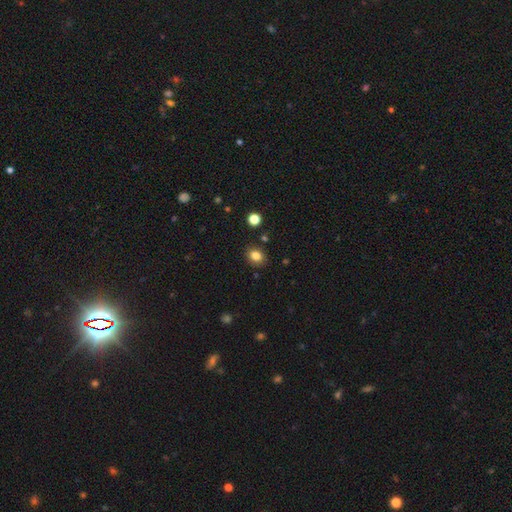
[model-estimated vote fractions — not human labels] Morphology: type=smooth (82%); roundness=in between (50%); merging=none (86%).